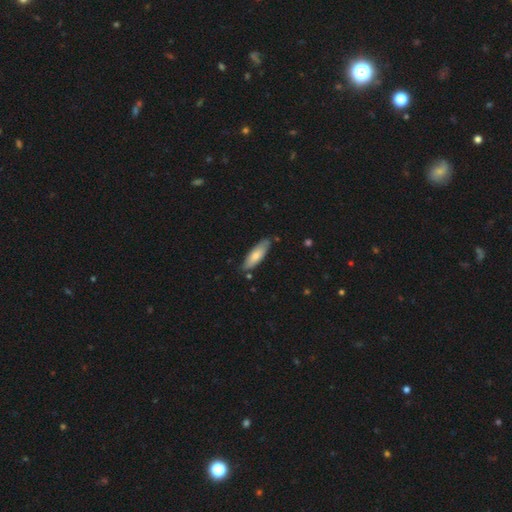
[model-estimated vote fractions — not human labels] smooth-or-featured: smooth: 74% | featured or disk: 21% | star or artifact: 5%
  how-rounded: in between: 51% | cigar-shaped: 47% | round: 2%
  merging: none: 79% | minor disturbance: 16% | merger: 2% | major disturbance: 2%